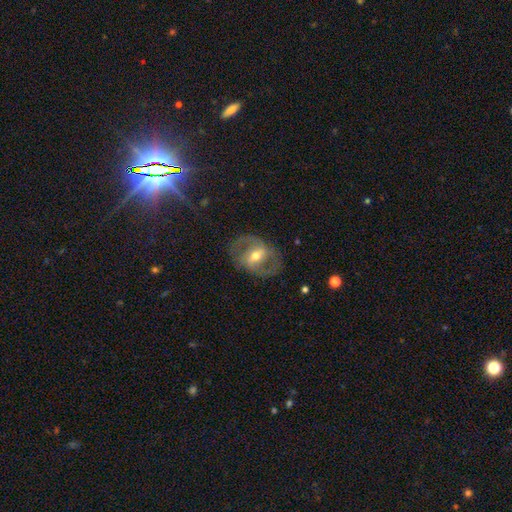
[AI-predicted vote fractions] smooth_or_featured: featured or disk (p=0.78) [alt: smooth p=0.15]
disk_edge_on: no (p=0.95) [alt: yes p=0.05]
bar: strong (p=0.41) [alt: weak p=0.40]
has_spiral_arms: yes (p=0.79) [alt: no p=0.21]
spiral_winding: medium (p=0.50) [alt: tight p=0.27]
spiral_arm_count: 2 (p=0.83) [alt: can't tell p=0.10]
bulge_size: moderate (p=0.64) [alt: small p=0.30]
merging: none (p=0.77) [alt: minor disturbance p=0.14]